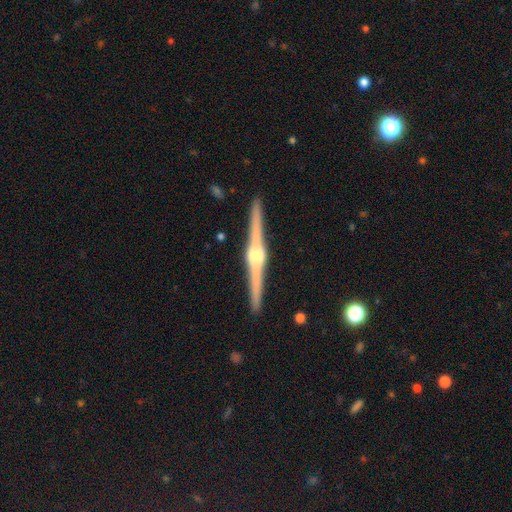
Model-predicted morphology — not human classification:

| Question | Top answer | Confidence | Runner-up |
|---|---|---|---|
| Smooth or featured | featured or disk | 88% | smooth (8%) |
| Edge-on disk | yes | 99% | no (1%) |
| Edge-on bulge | rounded | 89% | boxy (9%) |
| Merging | none | 92% | minor disturbance (5%) |